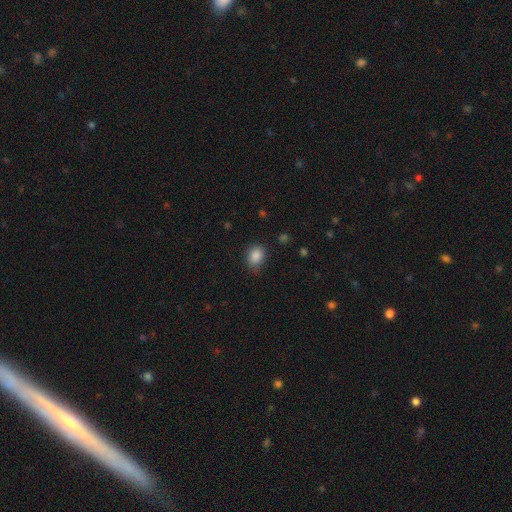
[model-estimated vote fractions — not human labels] A smooth galaxy with no disk features (86%) that is in between round and cigar-shaped (54%).

Vote fractions:
- Smooth or featured? smooth: 86% / star or artifact: 9% / featured or disk: 4%
- How rounded? in between: 54% / round: 45% / cigar-shaped: 1%
- Merging? none: 73% / minor disturbance: 21% / major disturbance: 5% / merger: 2%